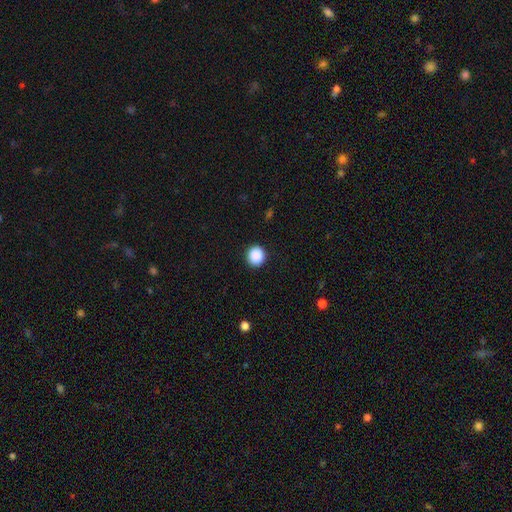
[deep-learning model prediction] The model was most divided on "smooth or featured": smooth: 89%, star or artifact: 9%, featured or disk: 3%. More confident: merging — none (92%); how rounded — round (90%).